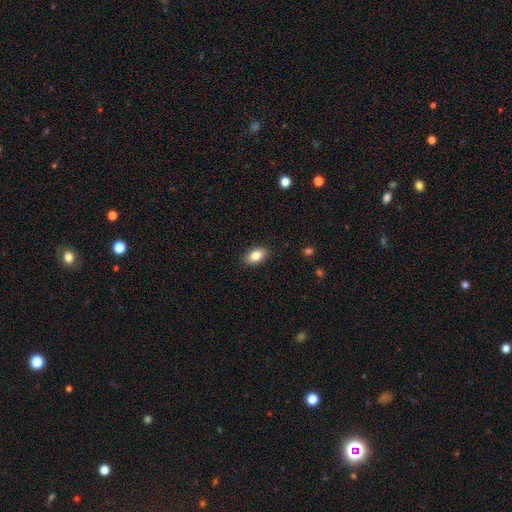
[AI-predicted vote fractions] smooth-or-featured: smooth: 85% | star or artifact: 8% | featured or disk: 7%
  how-rounded: in between: 88% | round: 10% | cigar-shaped: 2%
  merging: none: 89% | minor disturbance: 9% | major disturbance: 2% | merger: 1%